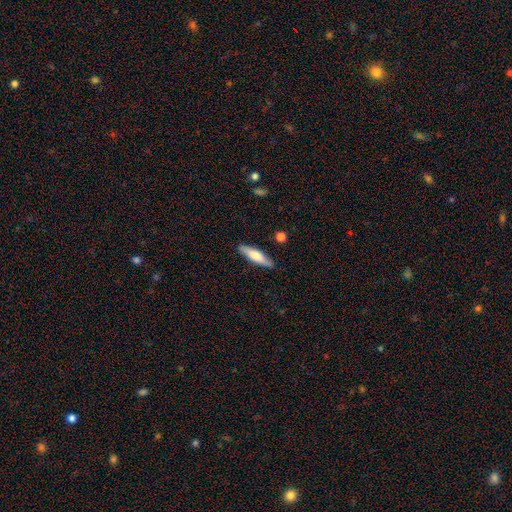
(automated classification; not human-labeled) Smooth or featured? smooth (66%)
How rounded? cigar-shaped (70%)
Merging? none (87%)